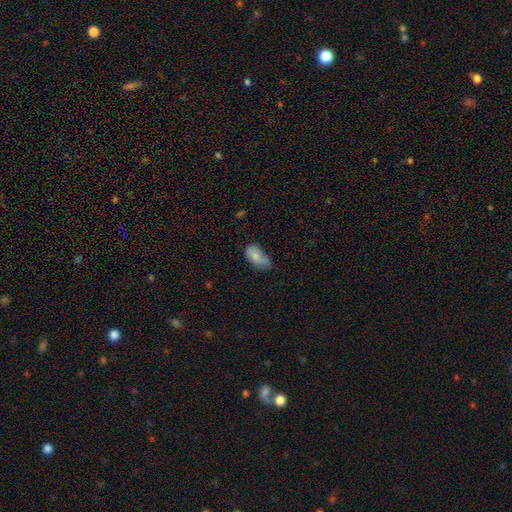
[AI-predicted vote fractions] smooth-or-featured: smooth: 81% | featured or disk: 12% | star or artifact: 8%
  how-rounded: in between: 93% | round: 5% | cigar-shaped: 3%
  merging: minor disturbance: 41% (tied) | none: 41% (tied) | major disturbance: 14% | merger: 4%